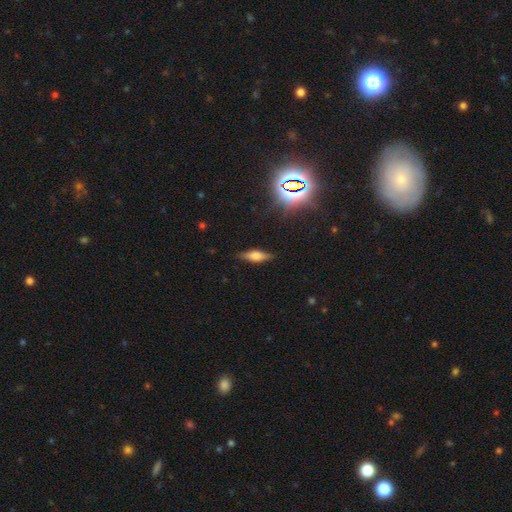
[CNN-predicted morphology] The model was most divided on "how rounded": in between: 51%, cigar-shaped: 46%, round: 4%. More confident: merging — none (84%); smooth or featured — smooth (50%).